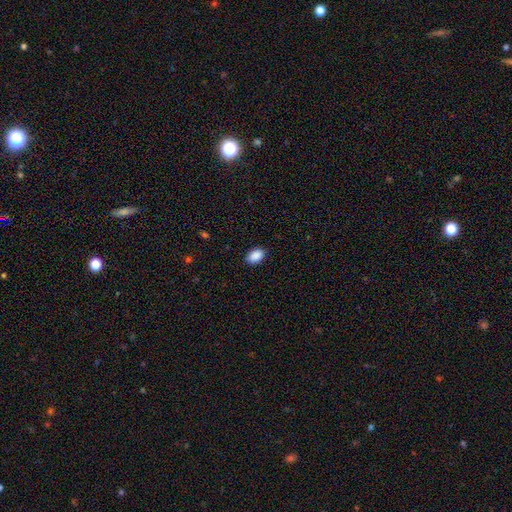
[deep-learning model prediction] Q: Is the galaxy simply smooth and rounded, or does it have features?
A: smooth — 90%.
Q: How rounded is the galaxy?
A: in between — 90%.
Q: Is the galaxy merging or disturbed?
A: none — 87%.